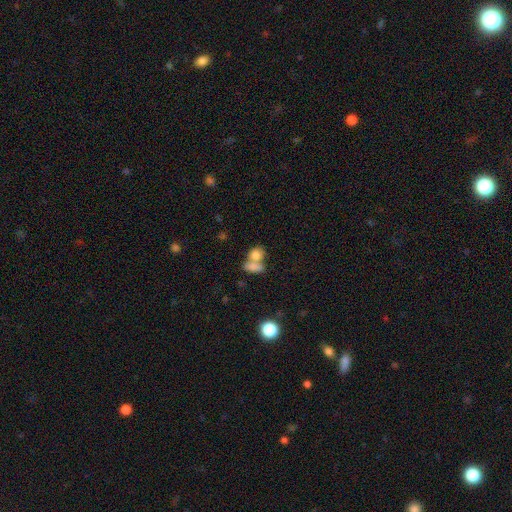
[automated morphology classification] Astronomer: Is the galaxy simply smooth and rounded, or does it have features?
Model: smooth — 81%.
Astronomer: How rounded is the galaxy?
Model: in between — 57% (runner-up: round, 38%).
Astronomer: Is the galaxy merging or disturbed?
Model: merger — 57%.